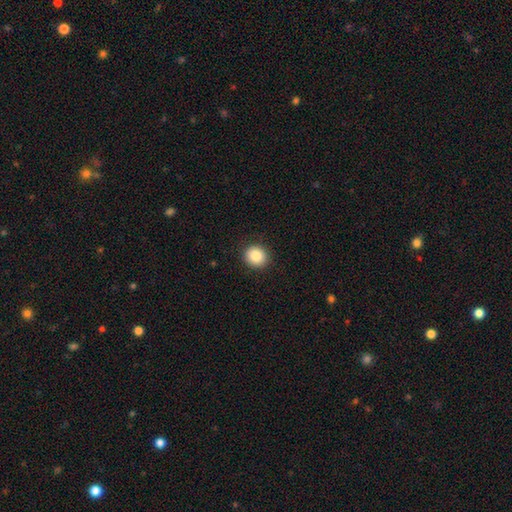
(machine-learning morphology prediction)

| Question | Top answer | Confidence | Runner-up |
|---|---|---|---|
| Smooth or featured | smooth | 87% | star or artifact (9%) |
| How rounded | round | 87% | in between (12%) |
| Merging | none | 91% | minor disturbance (6%) |